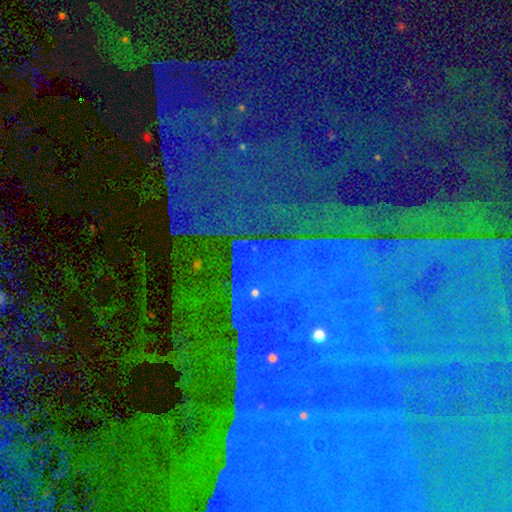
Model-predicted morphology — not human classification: Q: Smooth or featured?
A: star or artifact (84%); runner-up: featured or disk (8%)